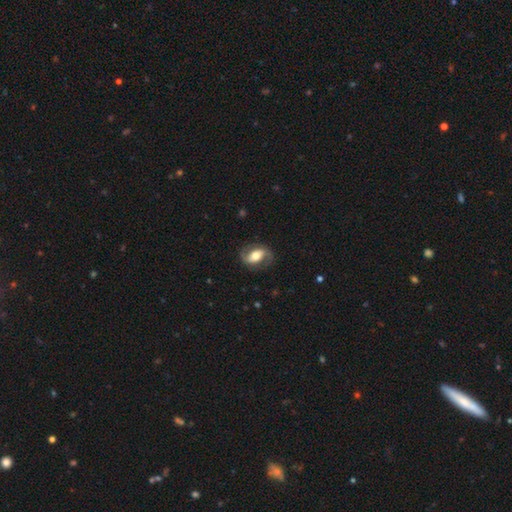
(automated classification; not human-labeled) The model was most divided on "bar" (2-way tie): no: 34%, weak: 34%, strong: 31%. More confident: edge-on disk — no (95%); spiral arms — yes (82%); merging — none (76%); smooth or featured — featured or disk (62%); bulge size — moderate (60%).